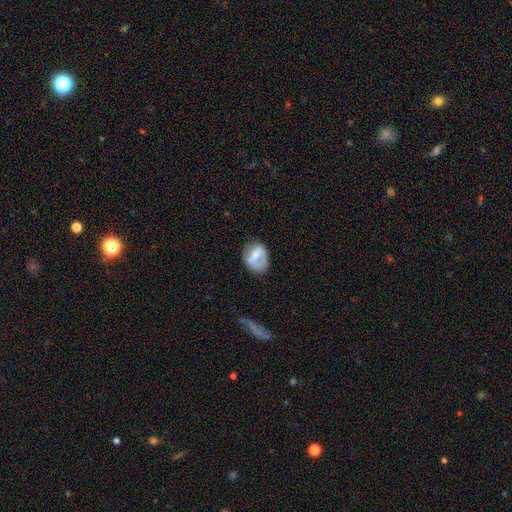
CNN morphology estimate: This is possibly a smooth galaxy (54%). How rounded: possibly in between (57%). Merging: possibly none (51%).